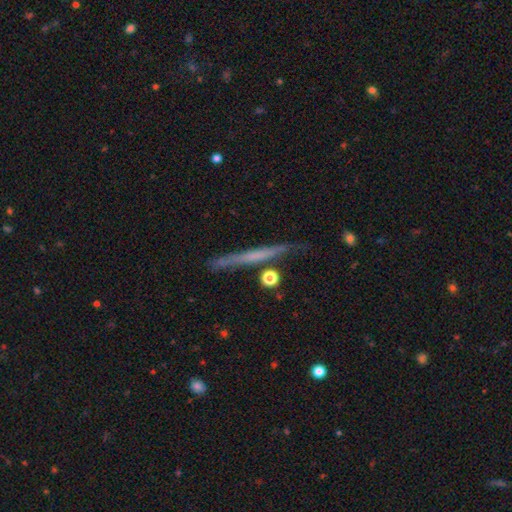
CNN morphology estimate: smooth_or_featured: featured or disk (p=0.52) [alt: smooth p=0.40]
disk_edge_on: yes (p=0.95) [alt: no p=0.05]
merging: none (p=0.81) [alt: minor disturbance p=0.13]